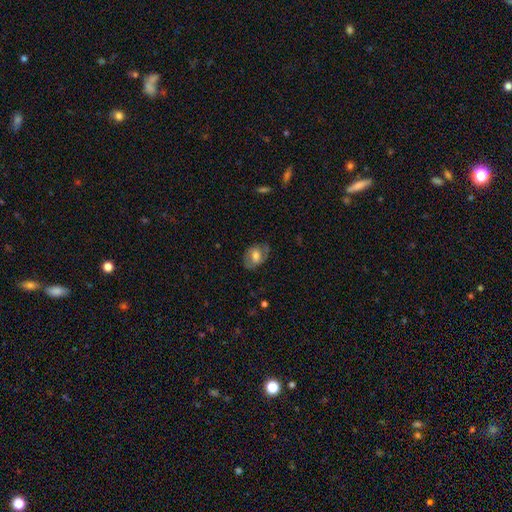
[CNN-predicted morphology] Smooth or featured: smooth — 49% (featured or disk — 43%)
Merging: none — 67% (minor disturbance — 22%)